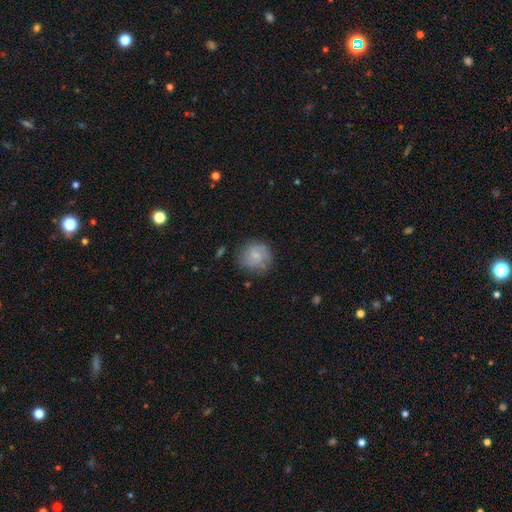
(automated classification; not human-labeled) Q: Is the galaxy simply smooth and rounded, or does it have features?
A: smooth — 70%.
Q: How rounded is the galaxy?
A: round — 88%.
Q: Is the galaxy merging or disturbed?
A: none — 71%.